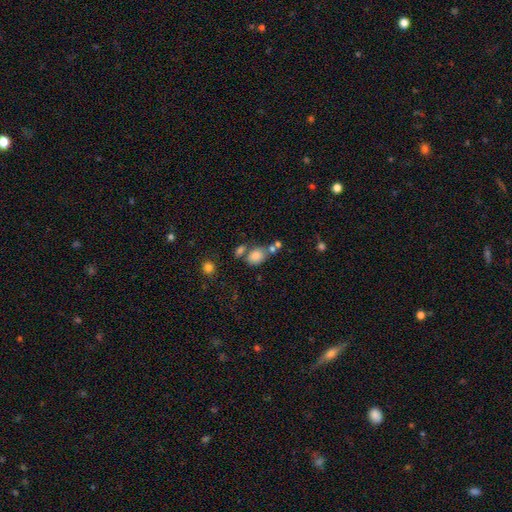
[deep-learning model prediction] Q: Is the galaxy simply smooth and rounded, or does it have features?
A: smooth — 81%.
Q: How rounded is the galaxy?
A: in between — 66%.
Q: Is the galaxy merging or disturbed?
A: none — 49%.